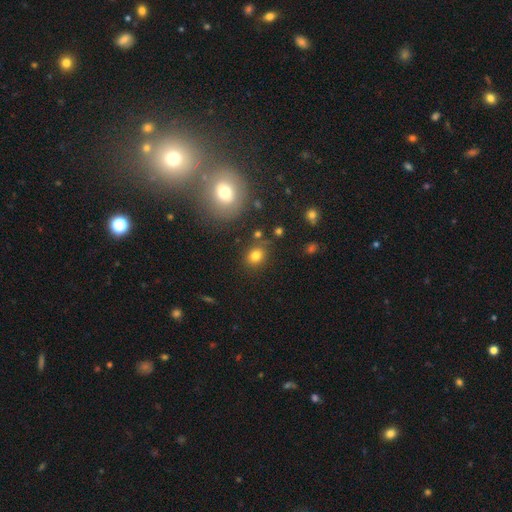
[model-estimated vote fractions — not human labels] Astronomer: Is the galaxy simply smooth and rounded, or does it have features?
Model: smooth — 79%.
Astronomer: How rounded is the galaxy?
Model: round — 57% (runner-up: in between, 42%).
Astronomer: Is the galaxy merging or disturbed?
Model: none — 80%.